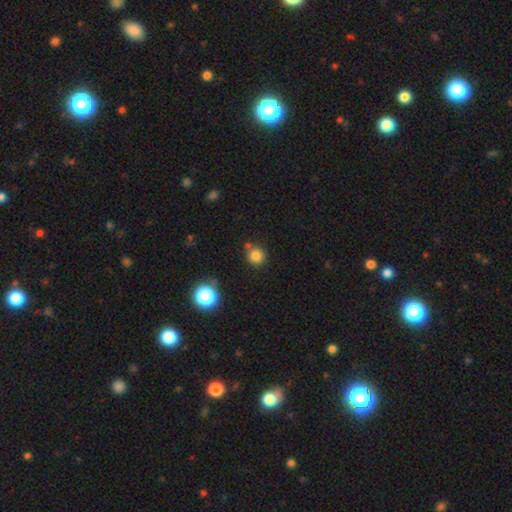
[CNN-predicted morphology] This appears to be a smooth galaxy with no disk features (81%) that is round (91%). Merging: none (72%).